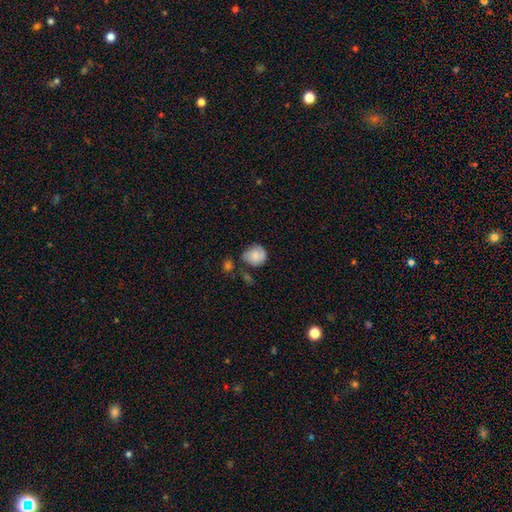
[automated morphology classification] Smooth or featured?
  - smooth: 71% *
  - featured or disk: 22%
  - star or artifact: 8%
How rounded?
  - round: 73% *
  - in between: 26%
  - cigar-shaped: 1%
Merging?
  - none: 48% *
  - minor disturbance: 32%
  - major disturbance: 11%
  - merger: 9%